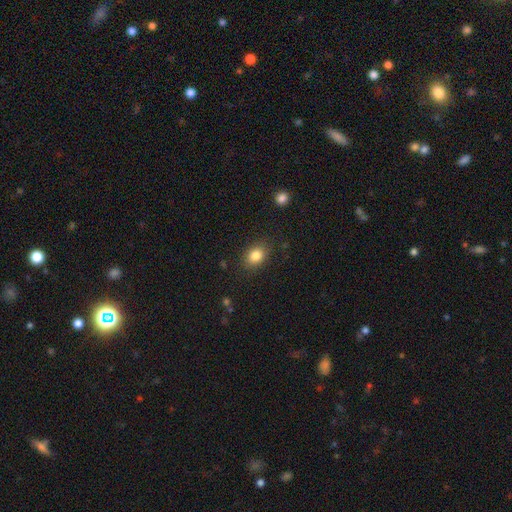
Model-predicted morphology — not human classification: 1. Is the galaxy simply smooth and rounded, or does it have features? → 83% smooth, 10% star or artifact, 7% featured or disk.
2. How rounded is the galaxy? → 66% in between, 33% round, 1% cigar-shaped.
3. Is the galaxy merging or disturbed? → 84% none, 11% minor disturbance, 3% major disturbance, 1% merger.